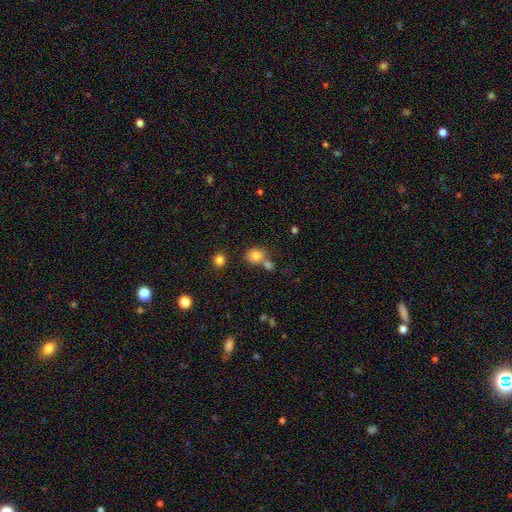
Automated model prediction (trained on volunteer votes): Q: Smooth or featured?
A: smooth (81%); runner-up: star or artifact (11%)
Q: How rounded?
A: round (65%); runner-up: in between (34%)
Q: Merging?
A: none (54%); runner-up: merger (31%)